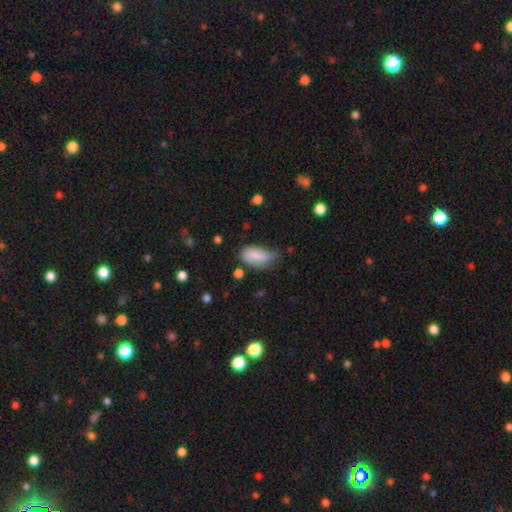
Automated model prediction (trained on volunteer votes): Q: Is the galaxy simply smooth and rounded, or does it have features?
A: smooth — 77%.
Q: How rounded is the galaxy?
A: in between — 91%.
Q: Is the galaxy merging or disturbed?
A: none — 43%.